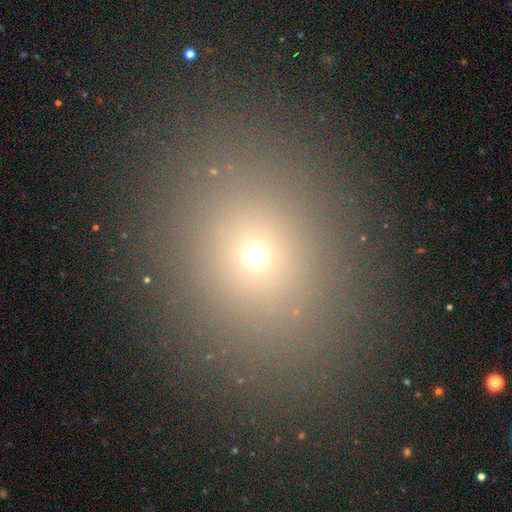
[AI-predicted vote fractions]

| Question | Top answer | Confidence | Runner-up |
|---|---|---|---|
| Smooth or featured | smooth | 65% | star or artifact (25%) |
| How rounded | round | 56% | in between (43%) |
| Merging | none | 85% | minor disturbance (9%) |